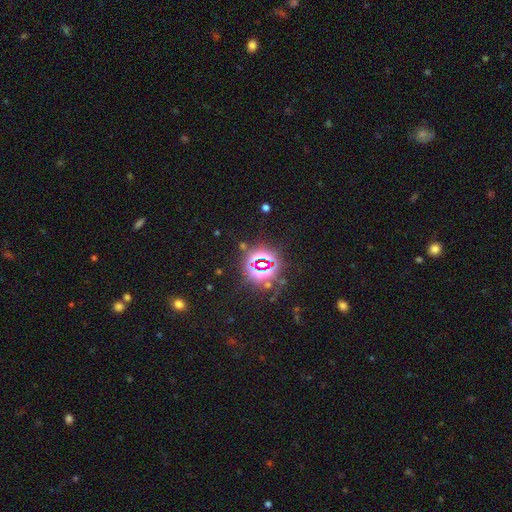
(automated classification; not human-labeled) Smooth or featured: star or artifact — 79% (smooth — 13%)